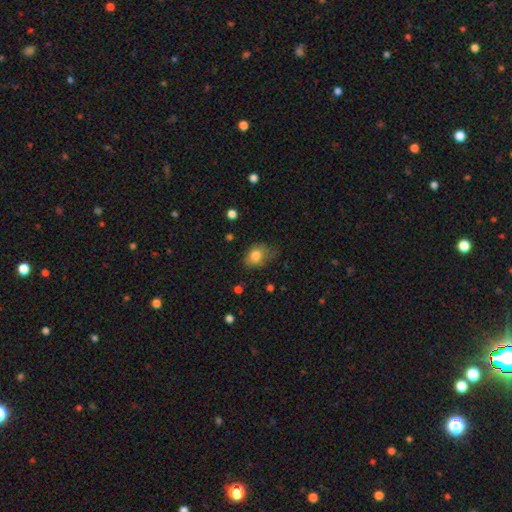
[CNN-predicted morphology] smooth_or_featured: smooth (p=0.80) [alt: featured or disk p=0.12]
how_rounded: in between (p=0.62) [alt: round p=0.37]
merging: none (p=0.54) [alt: minor disturbance p=0.32]